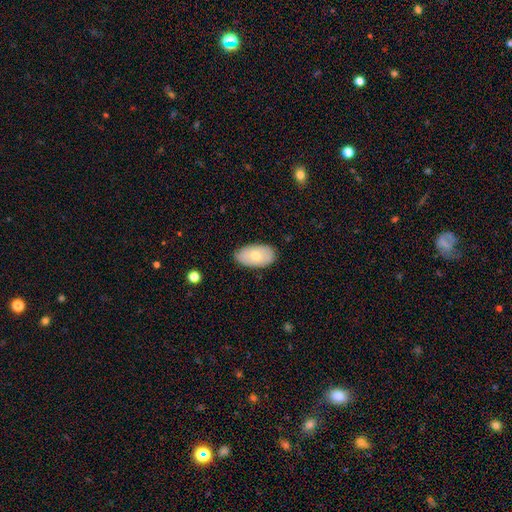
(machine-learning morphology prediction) Smooth or featured? smooth (69%)
How rounded? in between (94%)
Merging? none (81%)